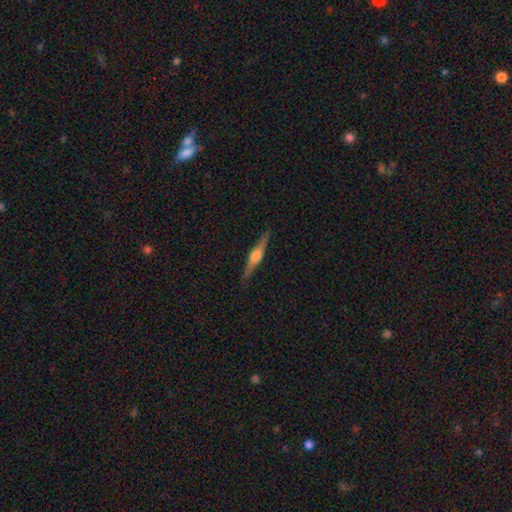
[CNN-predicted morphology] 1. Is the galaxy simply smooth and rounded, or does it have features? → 76% featured or disk, 19% smooth, 6% star or artifact.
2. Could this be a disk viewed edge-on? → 98% yes, 2% no.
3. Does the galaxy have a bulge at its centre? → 88% rounded, 9% boxy, 3% none.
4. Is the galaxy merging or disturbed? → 90% none, 8% minor disturbance, 2% major disturbance, 1% merger.